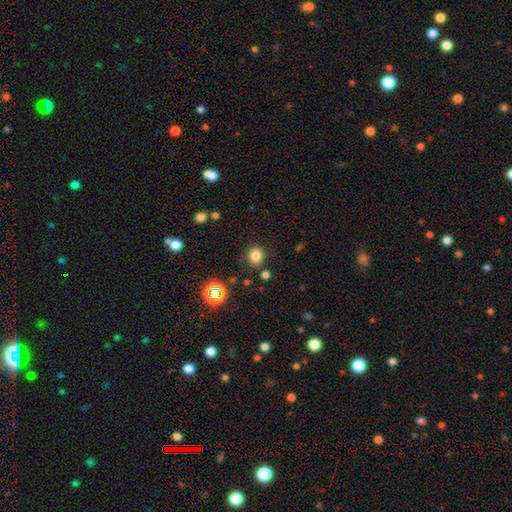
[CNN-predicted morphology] Smooth or featured: smooth — 79% (star or artifact — 16%)
How rounded: round — 86% (in between — 13%)
Merging: none — 86% (minor disturbance — 8%)